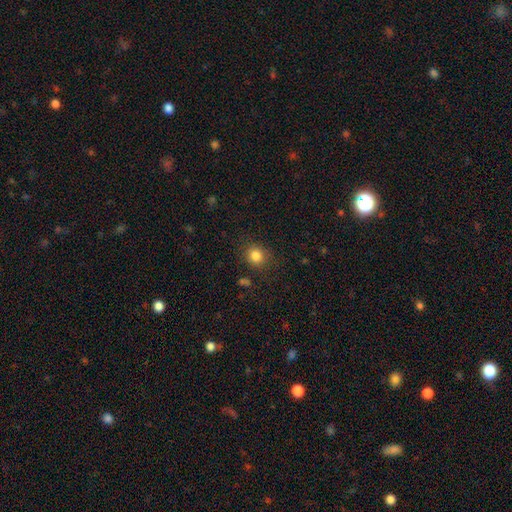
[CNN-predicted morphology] The model was most divided on "how rounded": round: 80%, in between: 19%, cigar-shaped: 1%. More confident: merging — none (84%); smooth or featured — smooth (84%).